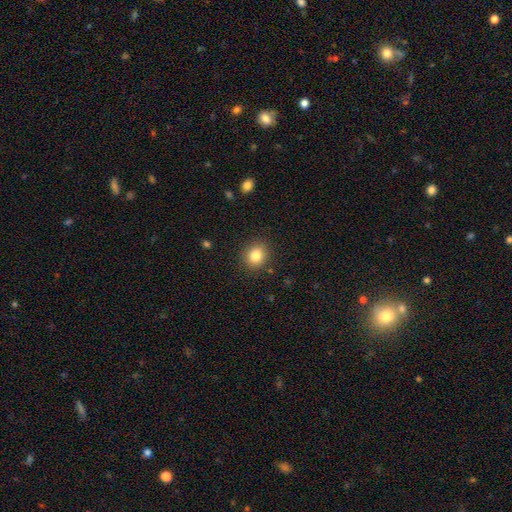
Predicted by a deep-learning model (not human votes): A smooth galaxy with no disk features (82%) that is round (73%). Merging: none (89%).